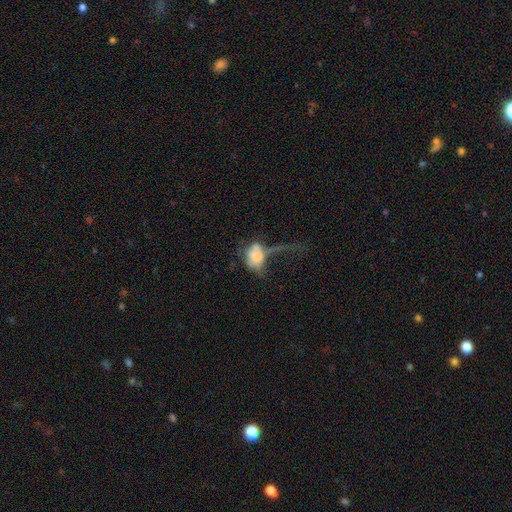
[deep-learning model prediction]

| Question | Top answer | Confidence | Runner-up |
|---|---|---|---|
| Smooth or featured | smooth | 59% | featured or disk (31%) |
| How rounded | in between | 75% | round (23%) |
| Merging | major disturbance | 54% | merger (18%) |